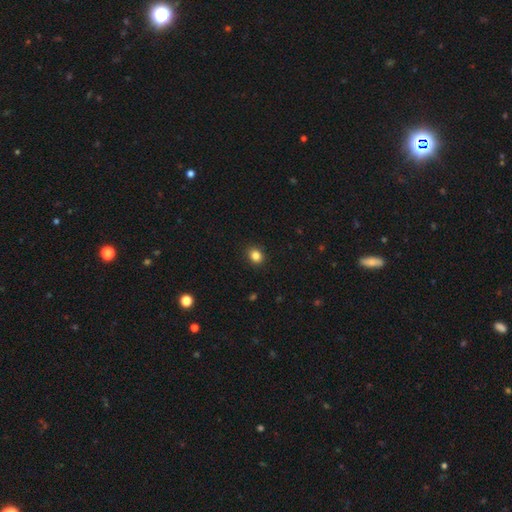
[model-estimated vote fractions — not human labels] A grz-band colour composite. It shows a smooth galaxy with no disk features (85%) that is round (66%). Merging: none (91%).